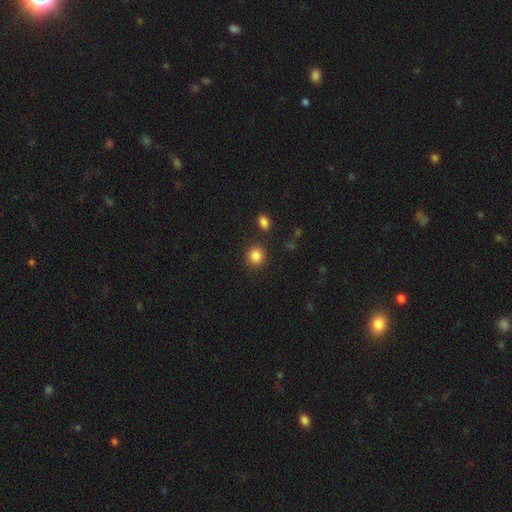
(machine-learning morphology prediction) smooth_or_featured: smooth (p=0.86) [alt: star or artifact p=0.10]
how_rounded: round (p=0.89) [alt: in between p=0.10]
merging: none (p=0.86) [alt: minor disturbance p=0.07]